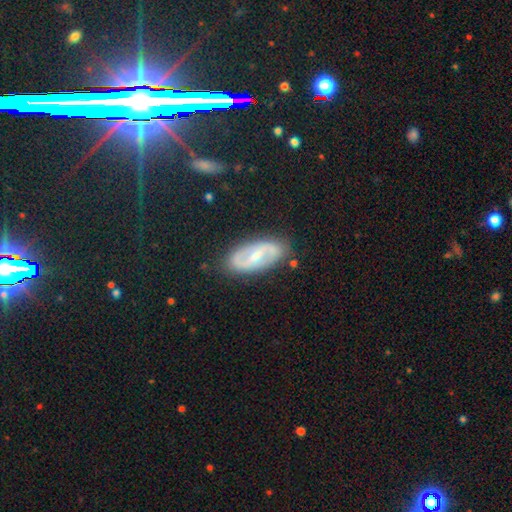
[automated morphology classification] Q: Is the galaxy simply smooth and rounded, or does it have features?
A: featured or disk — 75%.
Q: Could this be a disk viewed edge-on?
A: no — 92%.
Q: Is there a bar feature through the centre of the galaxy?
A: strong — 46%.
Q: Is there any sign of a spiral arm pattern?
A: yes — 72%.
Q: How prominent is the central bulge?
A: small — 53%.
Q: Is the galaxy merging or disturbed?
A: none — 84%.